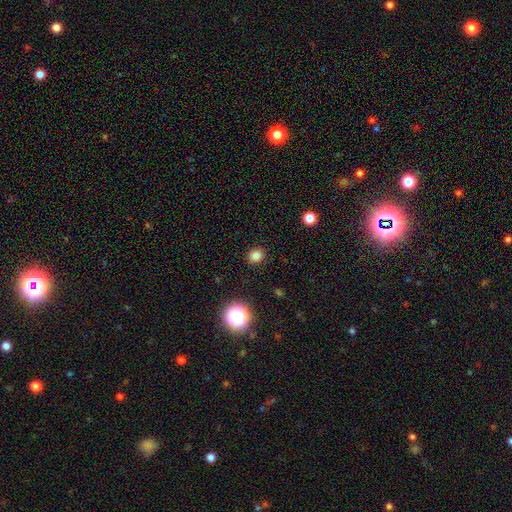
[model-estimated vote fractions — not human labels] Overall: smooth (81%). How rounded: round (78%). Merging: none (90%).